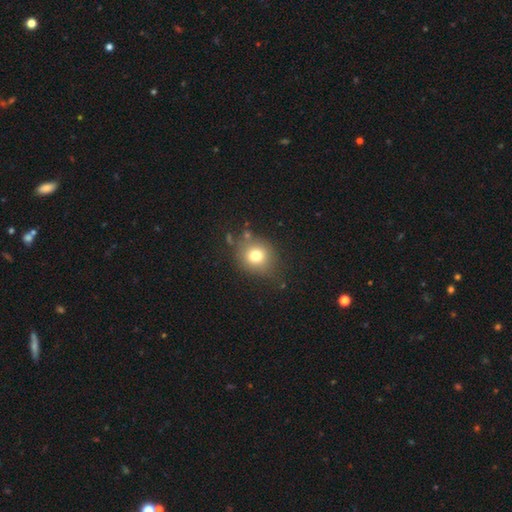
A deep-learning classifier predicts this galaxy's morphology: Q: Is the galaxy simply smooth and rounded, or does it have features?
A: smooth — 75%.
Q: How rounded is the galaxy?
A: round — 81%.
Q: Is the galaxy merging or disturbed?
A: none — 76%.